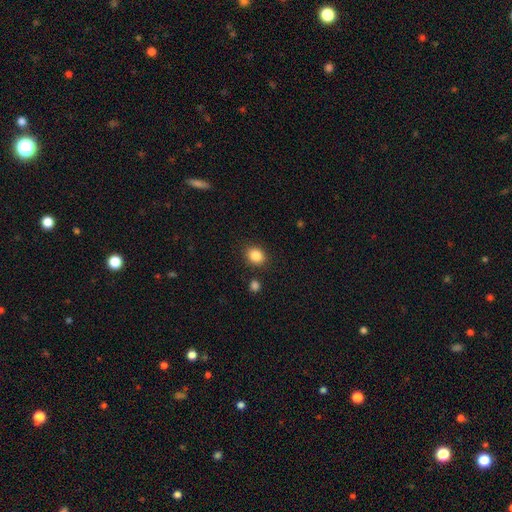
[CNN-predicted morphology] This appears to be a smooth galaxy with no disk features (86%) that is round (55%). Merging: none (85%).